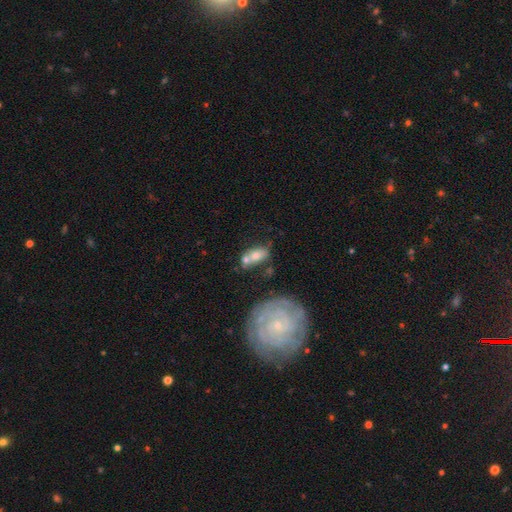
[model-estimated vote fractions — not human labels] This is possibly a smooth galaxy (59%). How rounded: likely in between (80%). Merging: marginally merger (38%).